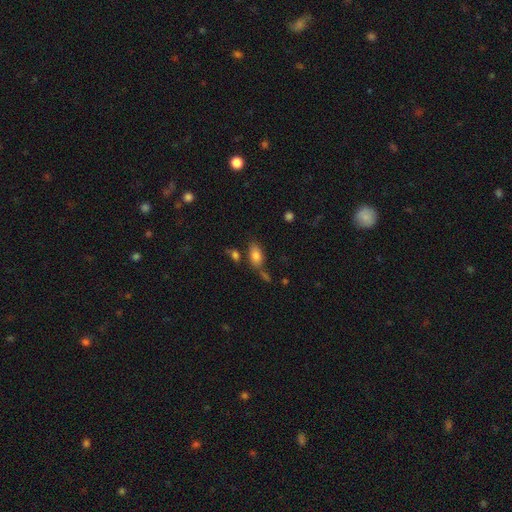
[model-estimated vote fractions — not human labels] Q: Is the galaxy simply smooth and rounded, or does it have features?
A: smooth — 79%.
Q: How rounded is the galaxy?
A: in between — 90%.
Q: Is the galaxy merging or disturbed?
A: none — 62%.